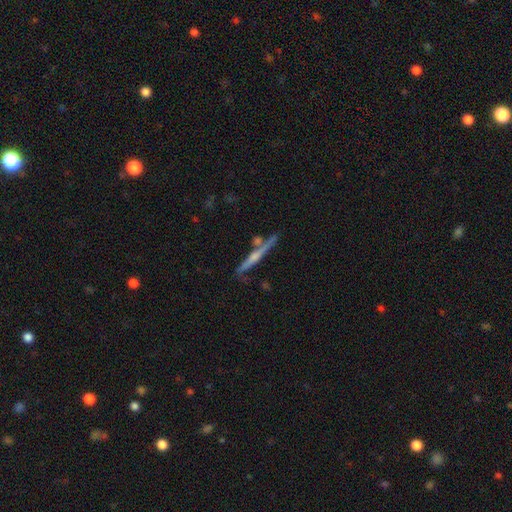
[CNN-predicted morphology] Smooth or featured? featured or disk (72%)
Edge-on disk? yes (95%)
Edge-on bulge? rounded (62%)
Merging? none (75%)